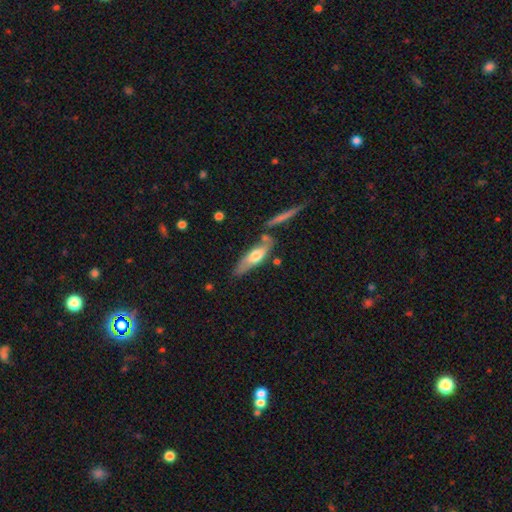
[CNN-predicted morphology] The model was most divided on "how rounded": cigar-shaped: 51%, in between: 47%, round: 2%. More confident: merging — none (63%); smooth or featured — smooth (56%).